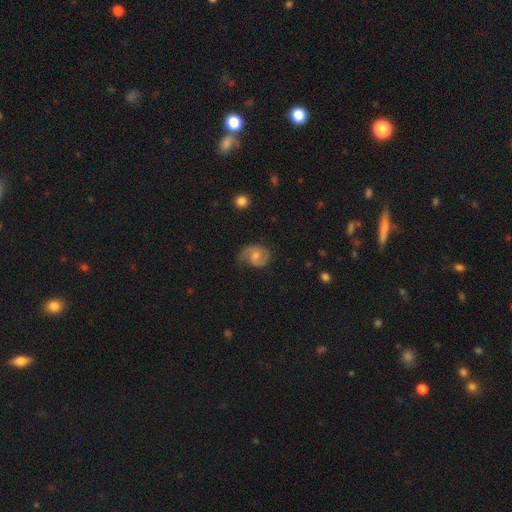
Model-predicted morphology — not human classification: featured or disk 75%, smooth 19%, star or artifact 6%. Down the decision tree: edge-on disk — no (98%); bar — no (49%); spiral arms — yes (95%); spiral arm count — 2 (81%); spiral winding — medium (52%); bulge size — moderate (54%); merging — none (65%).